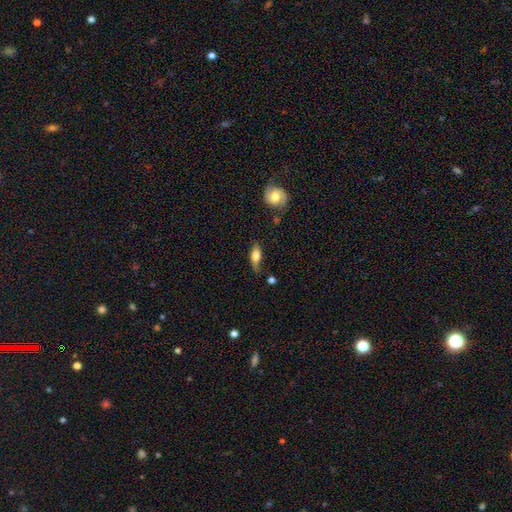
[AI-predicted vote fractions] Overall: smooth (66%; featured or disk 27%). How rounded: in between (73%). Merging: none (57%; minor disturbance 30%).